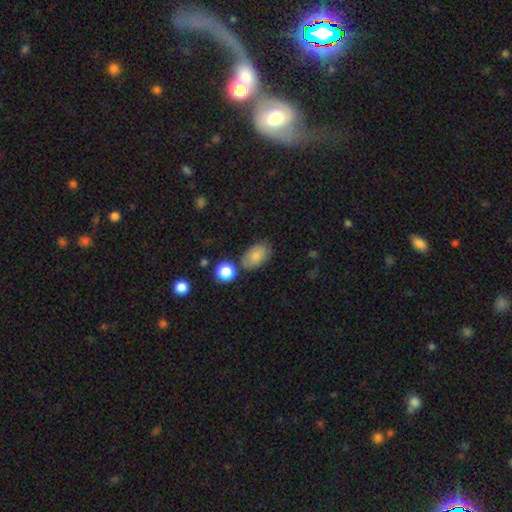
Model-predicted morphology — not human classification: A smooth galaxy with no disk features (83%) that is in between round and cigar-shaped (90%). Merging: none (71%).